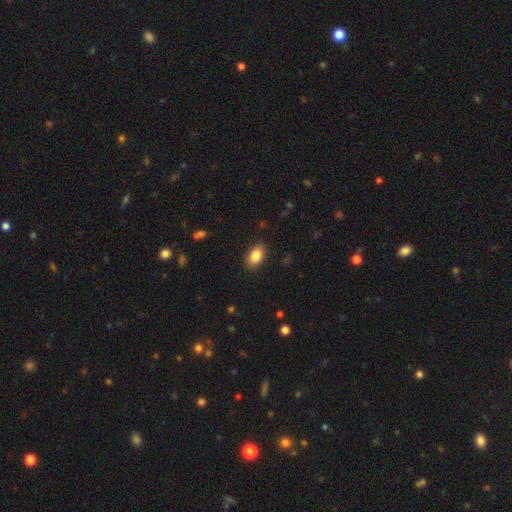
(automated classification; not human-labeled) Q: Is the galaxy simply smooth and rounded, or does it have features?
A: smooth — 86%.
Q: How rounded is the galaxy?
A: in between — 91%.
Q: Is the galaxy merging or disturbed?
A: none — 88%.